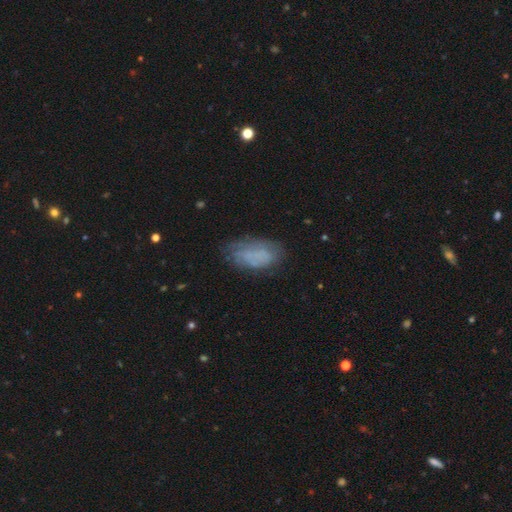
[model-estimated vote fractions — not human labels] Smooth or featured? smooth (52%)
How rounded? in between (92%)
Merging? none (60%)